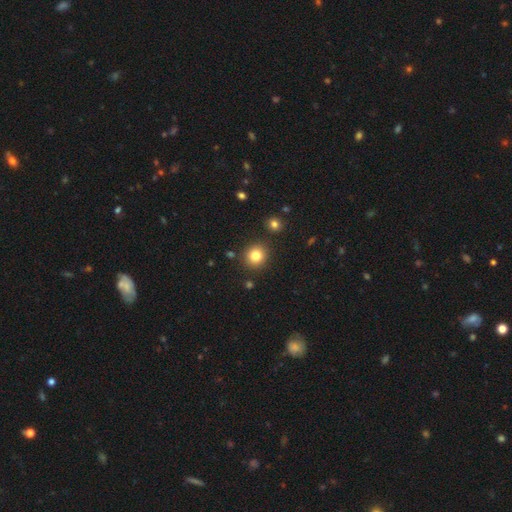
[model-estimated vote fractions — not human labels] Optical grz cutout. It shows a smooth galaxy with no disk features (82%) that is round (88%). Merging: none (89%).